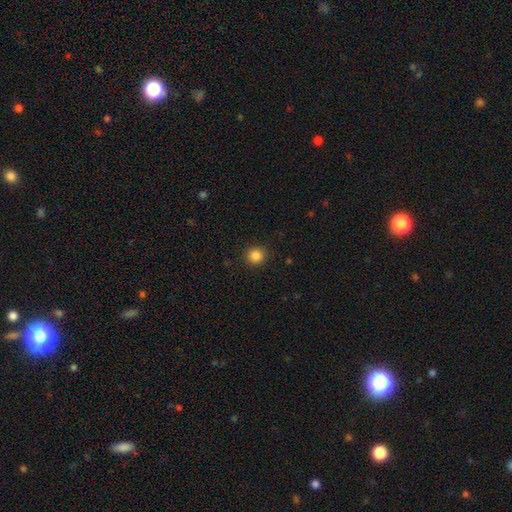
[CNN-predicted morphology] type=smooth (86%); roundness=round (93%); merging=none (91%).